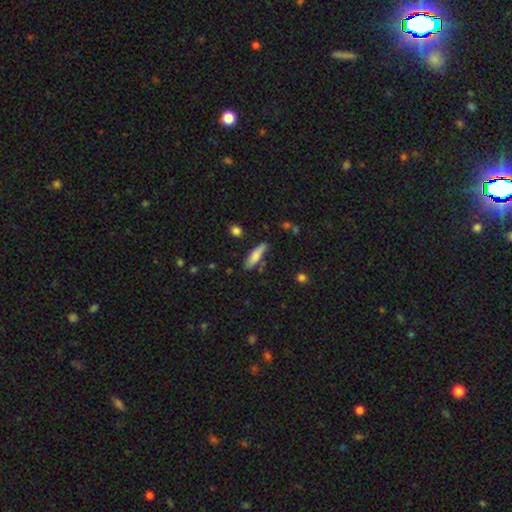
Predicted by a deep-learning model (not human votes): Q: Smooth or featured?
A: smooth (78%); runner-up: featured or disk (15%)
Q: How rounded?
A: cigar-shaped (62%); runner-up: in between (36%)
Q: Merging?
A: none (73%); runner-up: minor disturbance (19%)